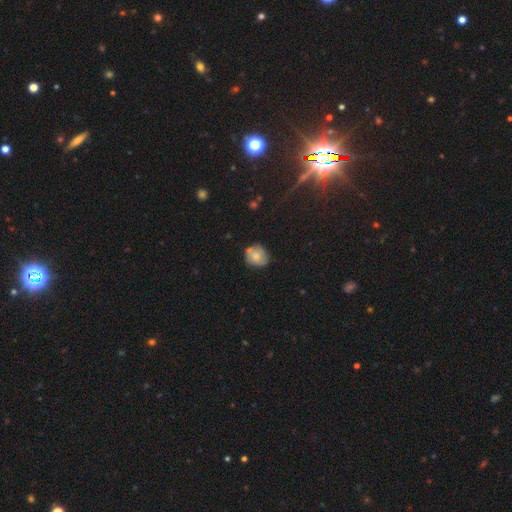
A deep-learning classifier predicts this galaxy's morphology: This appears to be a smooth galaxy with no disk features (72%) that is round (76%). Merging: none (60%).